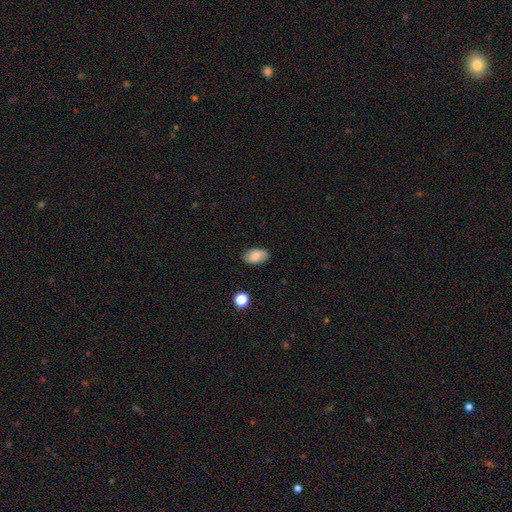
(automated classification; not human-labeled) Q: Smooth or featured?
A: smooth (79%); runner-up: featured or disk (13%)
Q: How rounded?
A: in between (91%); runner-up: round (7%)
Q: Merging?
A: none (83%); runner-up: minor disturbance (13%)